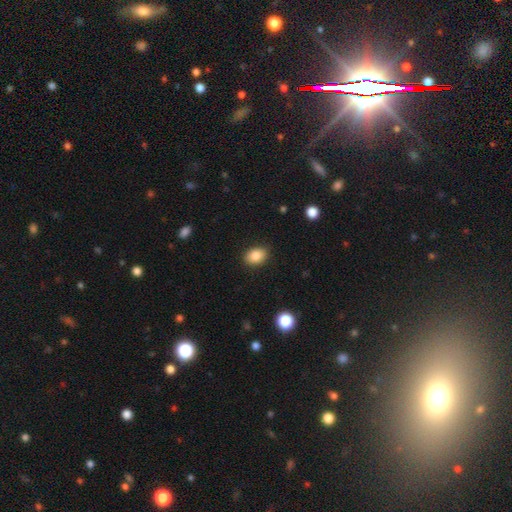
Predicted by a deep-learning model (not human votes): Smooth or featured?
  - smooth: 86% *
  - star or artifact: 9%
  - featured or disk: 5%
How rounded?
  - in between: 71% *
  - round: 28%
  - cigar-shaped: 1%
Merging?
  - none: 88% *
  - minor disturbance: 9%
  - major disturbance: 2%
  - merger: 1%